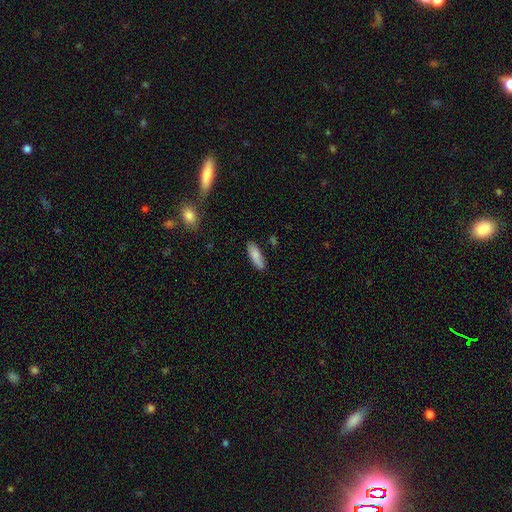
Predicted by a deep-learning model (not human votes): smooth_or_featured: smooth (p=0.83) [alt: featured or disk p=0.11]
how_rounded: in between (p=0.51) [alt: cigar-shaped p=0.47]
merging: none (p=0.84) [alt: minor disturbance p=0.12]